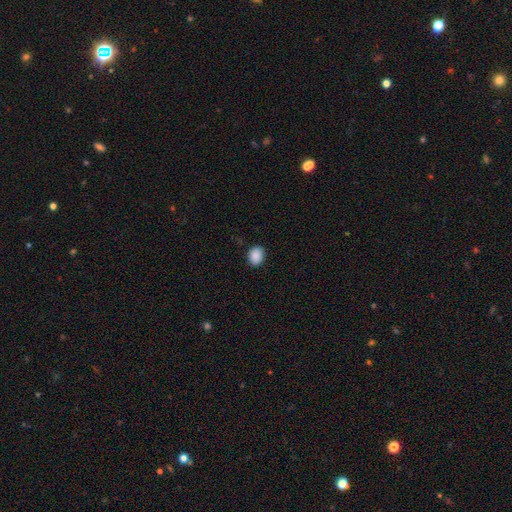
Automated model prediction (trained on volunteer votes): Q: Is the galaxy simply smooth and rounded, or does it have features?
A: smooth — 89%.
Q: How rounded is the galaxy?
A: in between — 54%.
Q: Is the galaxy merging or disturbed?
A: none — 88%.